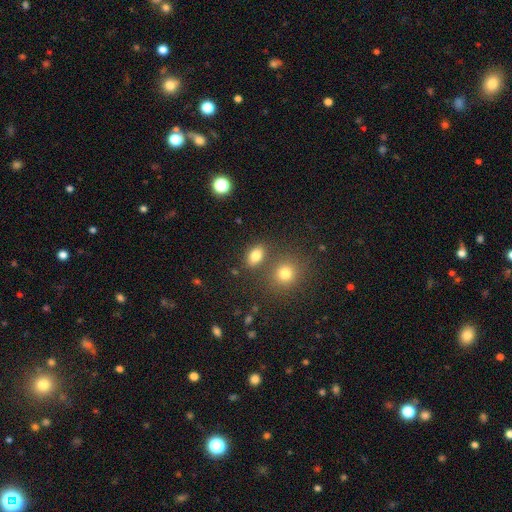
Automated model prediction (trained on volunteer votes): Q: Smooth or featured?
A: smooth (81%); runner-up: star or artifact (12%)
Q: How rounded?
A: in between (79%); runner-up: round (19%)
Q: Merging?
A: none (73%); runner-up: merger (12%)